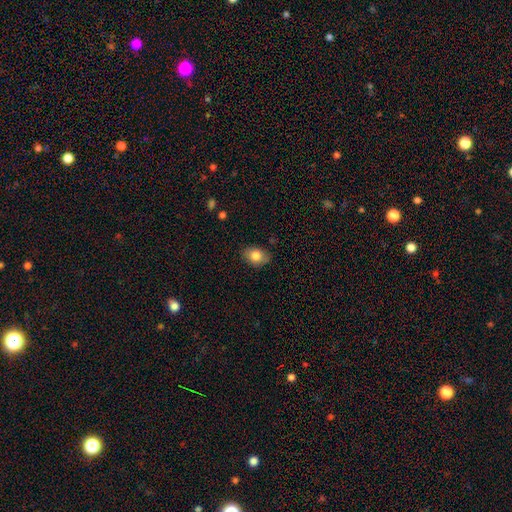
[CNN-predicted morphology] Smooth or featured? Predicted: smooth (p=0.82). How rounded? Predicted: in between (p=0.76). Merging? Predicted: none (p=0.83).